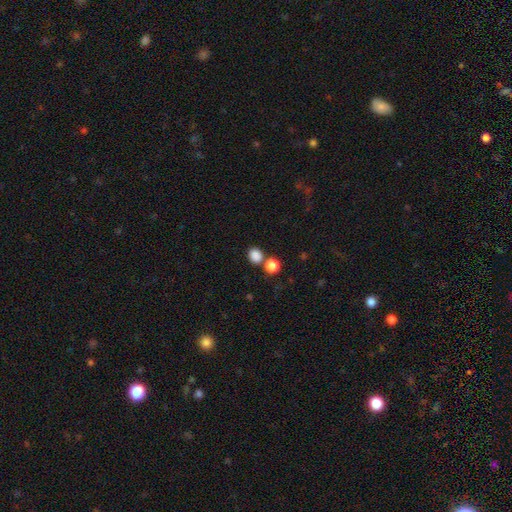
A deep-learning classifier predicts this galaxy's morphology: This is clearly a smooth galaxy (85%). How rounded: likely round (64%). Merging: likely none (65%).